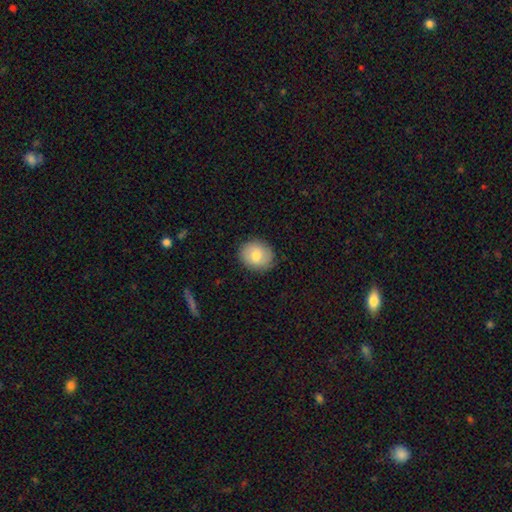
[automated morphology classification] This is likely a smooth galaxy (75%). How rounded: likely round (70%). Merging: clearly none (86%).